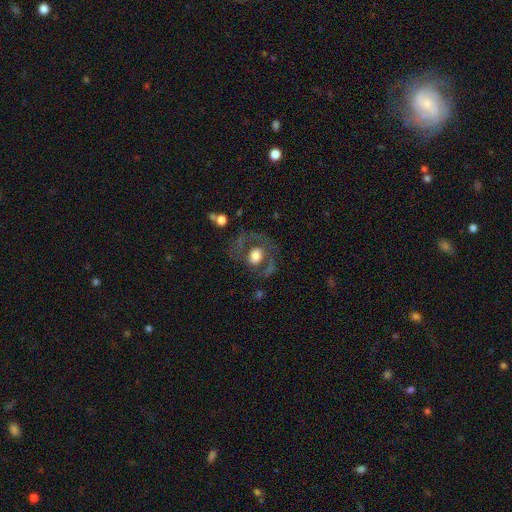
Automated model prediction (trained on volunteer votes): Morphology: type=featured or disk (53%); edge-on=no (96%); bar=no (74%); spiral arms=yes (53%); bulge=large (43%); merging=none (59%).